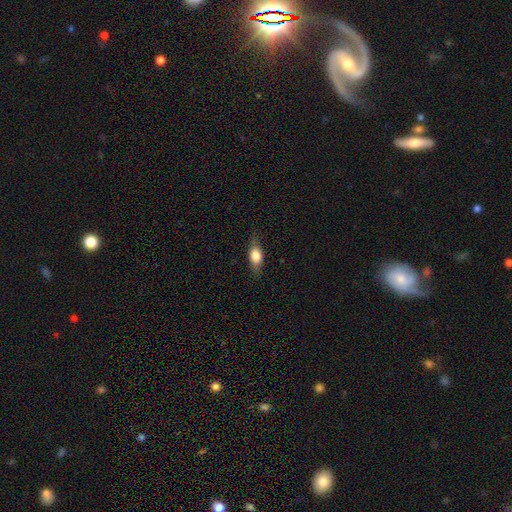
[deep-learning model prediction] This is likely a smooth galaxy (68%). How rounded: likely in between (72%). Merging: likely none (78%).